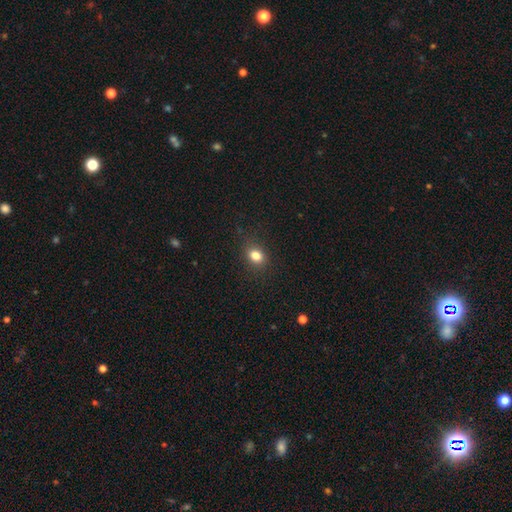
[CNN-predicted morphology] Smooth or featured? Predicted: smooth (p=0.82). How rounded? Predicted: in between (p=0.58). Merging? Predicted: none (p=0.84).